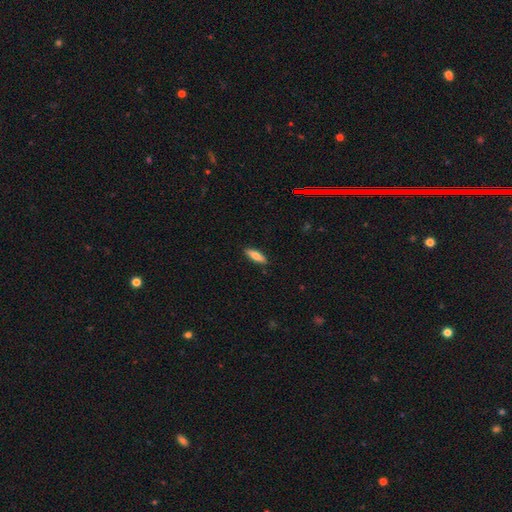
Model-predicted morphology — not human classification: smooth-or-featured: smooth: 71% | featured or disk: 22% | star or artifact: 6%
  how-rounded: cigar-shaped: 55% | in between: 43% | round: 2%
  merging: none: 89% | minor disturbance: 8% | major disturbance: 2% | merger: 1%